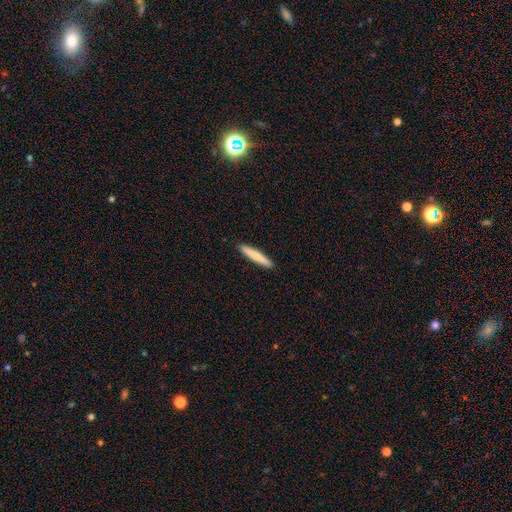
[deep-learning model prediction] This is likely a smooth galaxy (75%). How rounded: clearly cigar-shaped (94%). Merging: clearly none (92%).